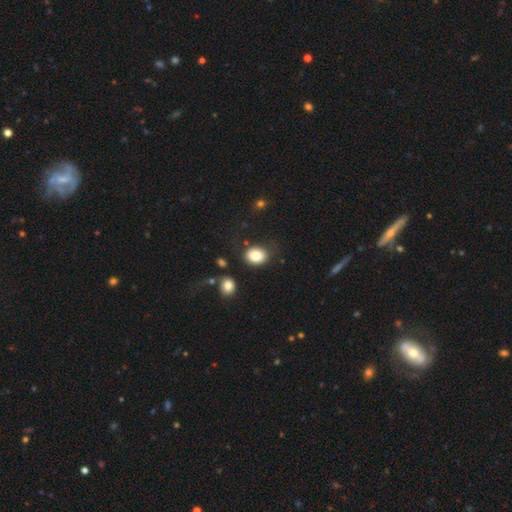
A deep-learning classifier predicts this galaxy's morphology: A smooth galaxy with no disk features (83%) that is in between round and cigar-shaped (50%).

Vote fractions:
- Smooth or featured? smooth: 83% / star or artifact: 9% / featured or disk: 9%
- How rounded? in between: 50% / round: 49% / cigar-shaped: 1%
- Merging? none: 78% / minor disturbance: 14% / major disturbance: 5% / merger: 4%